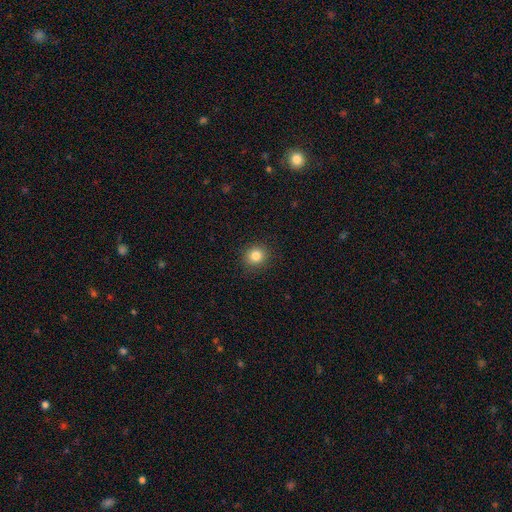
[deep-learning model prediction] This is clearly a smooth galaxy (83%). How rounded: clearly round (86%). Merging: clearly none (90%).